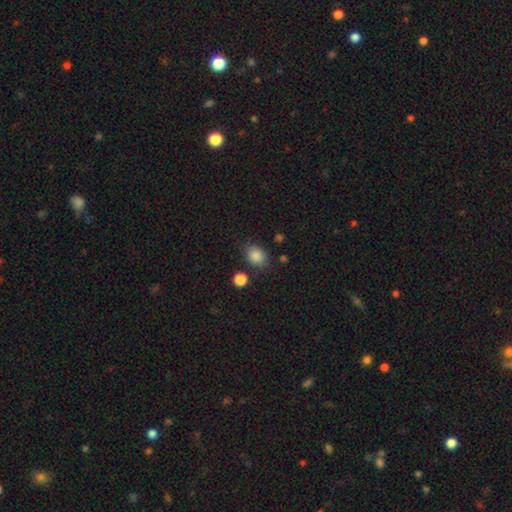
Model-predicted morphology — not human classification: type=smooth (86%); roundness=round (51%); merging=none (77%).